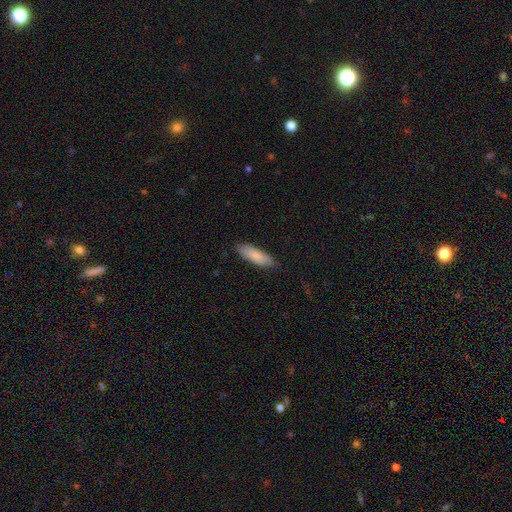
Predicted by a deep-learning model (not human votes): smooth-or-featured: smooth: 86% | featured or disk: 9% | star or artifact: 6%
  how-rounded: in between: 52% | cigar-shaped: 47% | round: 2%
  merging: none: 84% | minor disturbance: 12% | major disturbance: 2% | merger: 1%